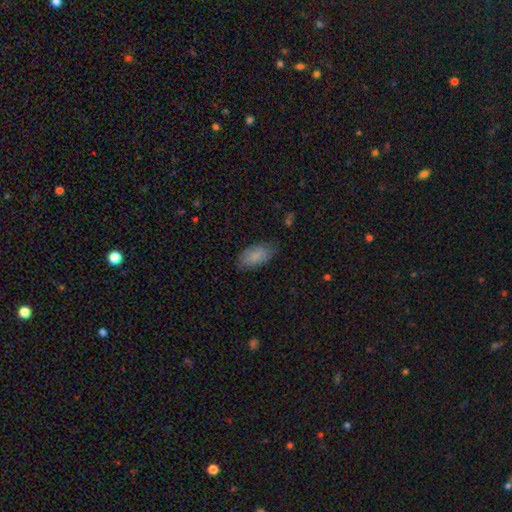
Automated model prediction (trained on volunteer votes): Morphology: type=smooth (85%); roundness=in between (93%); merging=none (79%).